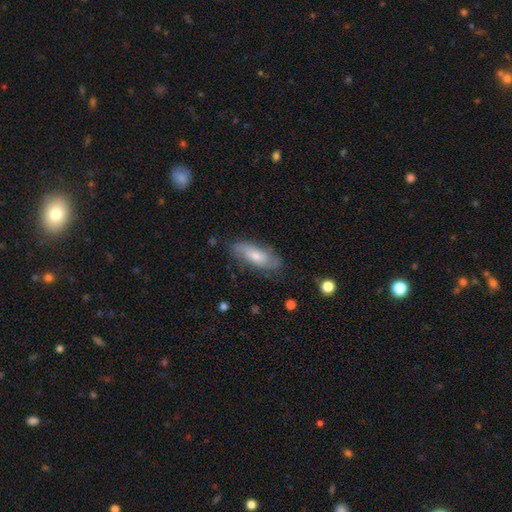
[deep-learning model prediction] smooth-or-featured: smooth: 54% | featured or disk: 39% | star or artifact: 7%
  how-rounded: in between: 66% | cigar-shaped: 31% | round: 2%
  merging: none: 76% | minor disturbance: 18% | major disturbance: 4% | merger: 1%